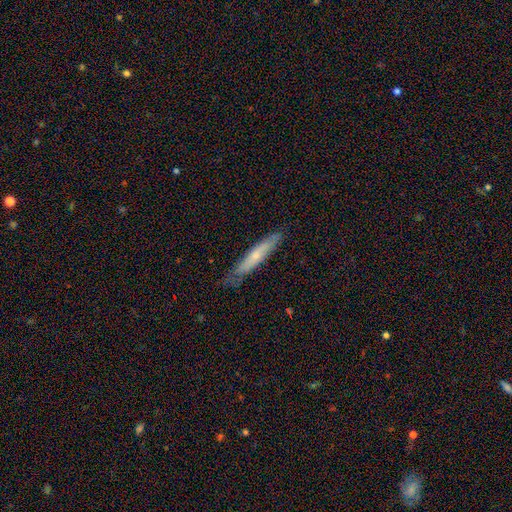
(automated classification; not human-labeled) Smooth or featured: smooth — 54% (featured or disk — 40%)
How rounded: cigar-shaped — 91% (in between — 8%)
Merging: none — 75% (minor disturbance — 20%)